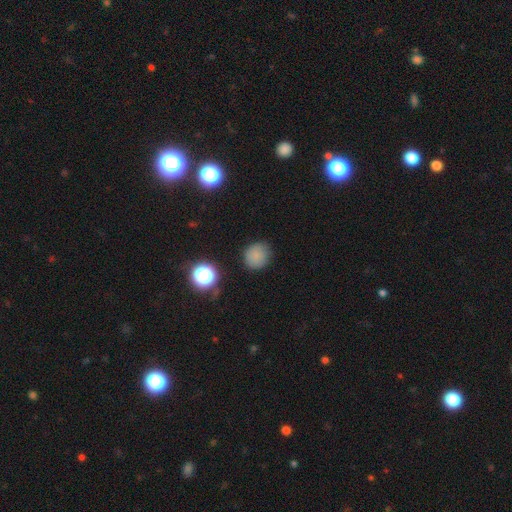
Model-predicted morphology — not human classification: Smooth or featured?
  - smooth: 79% *
  - star or artifact: 15%
  - featured or disk: 6%
How rounded?
  - round: 85% *
  - in between: 14%
  - cigar-shaped: 1%
Merging?
  - none: 79% *
  - minor disturbance: 15%
  - major disturbance: 4%
  - merger: 2%